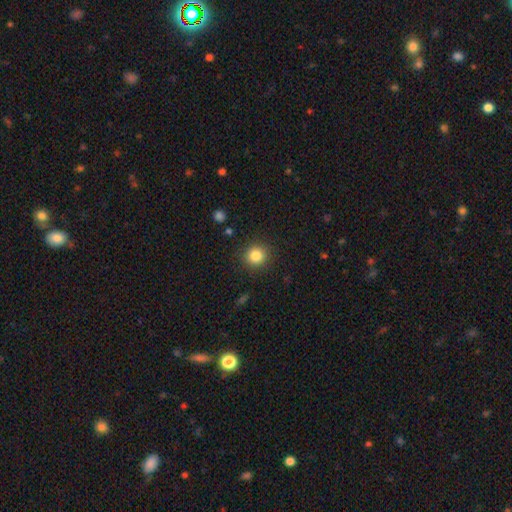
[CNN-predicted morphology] A smooth galaxy with no disk features (84%) that is round (88%). Merging: none (89%).